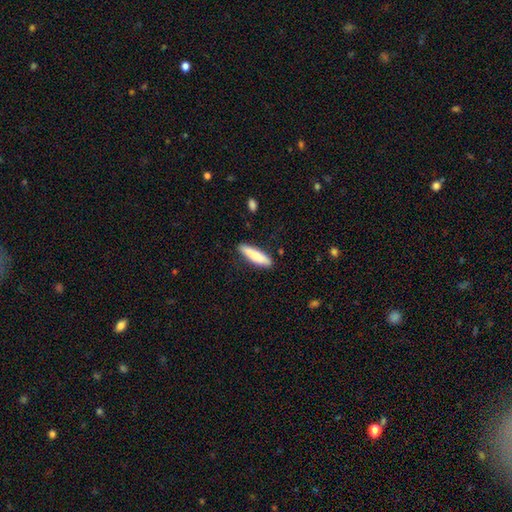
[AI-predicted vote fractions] smooth 81%, featured or disk 14%, star or artifact 5%. Down the decision tree: how rounded — cigar-shaped (77%); merging — none (87%).